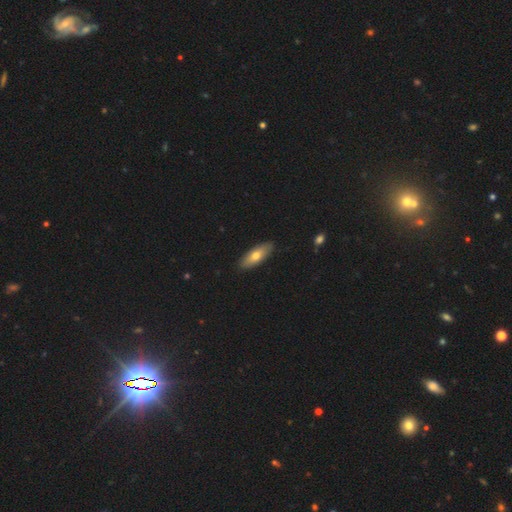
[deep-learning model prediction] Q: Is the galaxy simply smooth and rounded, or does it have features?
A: smooth — 70%.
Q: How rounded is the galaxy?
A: in between — 67%.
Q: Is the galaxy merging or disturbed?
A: none — 89%.